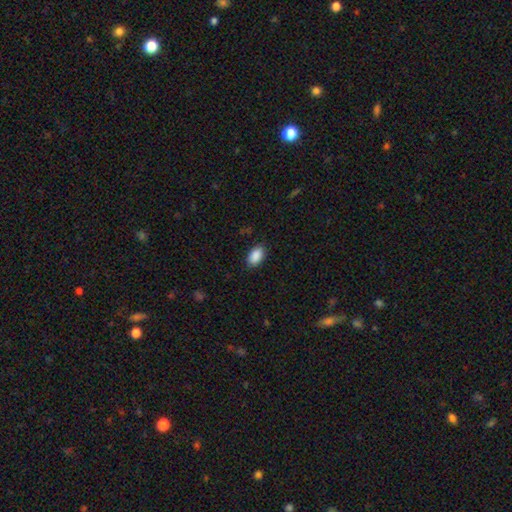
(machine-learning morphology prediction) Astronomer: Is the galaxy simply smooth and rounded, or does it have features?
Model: smooth — 90%.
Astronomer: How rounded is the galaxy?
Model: in between — 92%.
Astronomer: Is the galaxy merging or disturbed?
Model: none — 86%.